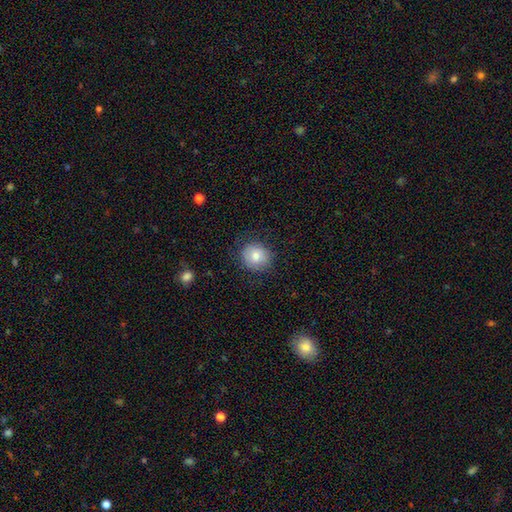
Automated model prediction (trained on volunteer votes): smooth 79%, featured or disk 12%, star or artifact 9%. Down the decision tree: how rounded — round (81%); merging — none (83%).